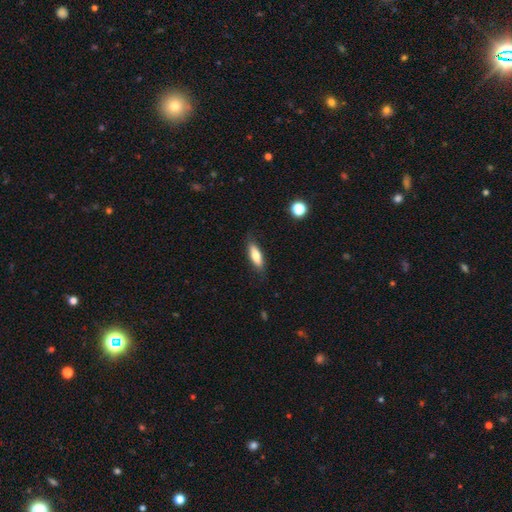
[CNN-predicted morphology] This appears to be a smooth galaxy with no disk features (72%) that is in between round and cigar-shaped (50%). Merging: none (84%).